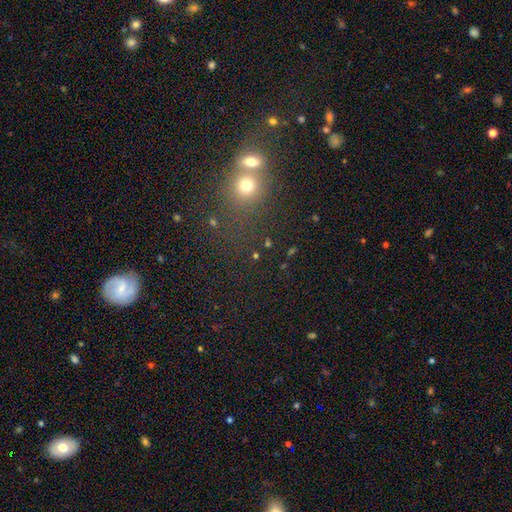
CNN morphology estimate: smooth-or-featured: smooth: 52% | star or artifact: 37% | featured or disk: 11%
  how-rounded: round: 74% | in between: 22% | cigar-shaped: 3%
  merging: none: 57% | merger: 29% | minor disturbance: 9% | major disturbance: 6%